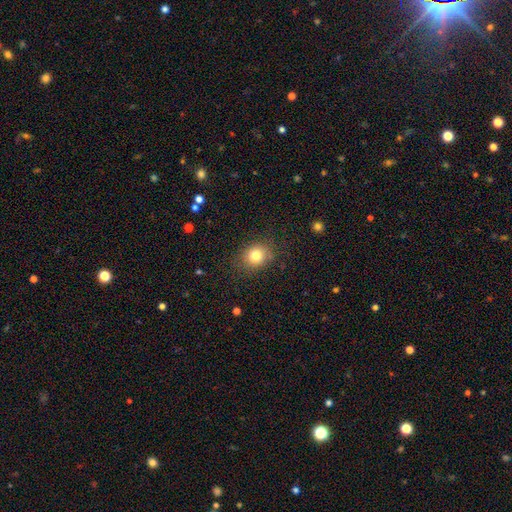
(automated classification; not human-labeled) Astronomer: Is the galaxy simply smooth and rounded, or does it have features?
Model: smooth — 80%.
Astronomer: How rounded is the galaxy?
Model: round — 65%.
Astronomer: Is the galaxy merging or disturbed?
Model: none — 82%.